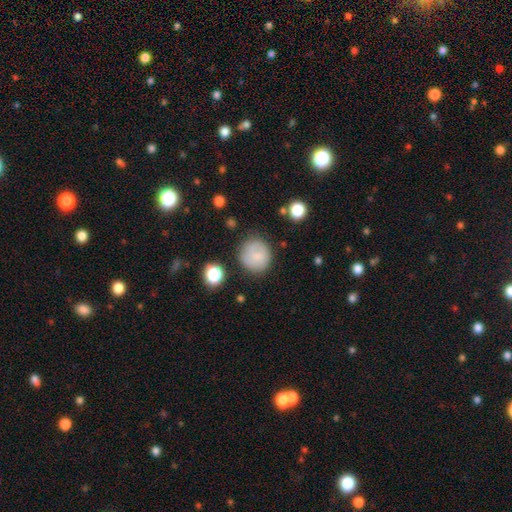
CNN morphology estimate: This appears to be a smooth galaxy with no disk features (78%) that is round (91%). Merging: none (78%).